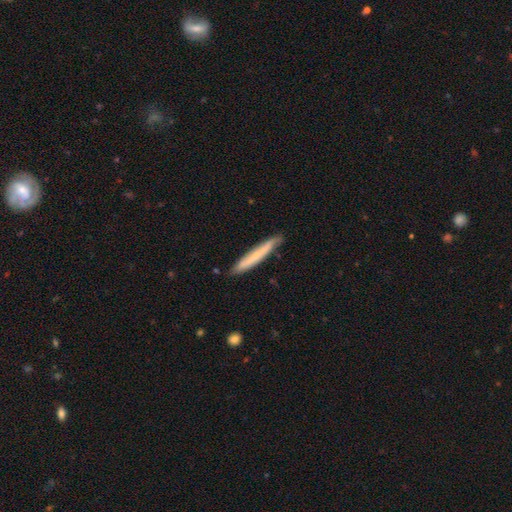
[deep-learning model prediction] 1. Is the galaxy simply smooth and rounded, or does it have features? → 62% smooth, 32% featured or disk, 5% star or artifact.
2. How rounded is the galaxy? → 96% cigar-shaped, 3% in between, 1% round.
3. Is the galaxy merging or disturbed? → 85% none, 12% minor disturbance, 2% major disturbance, 1% merger.